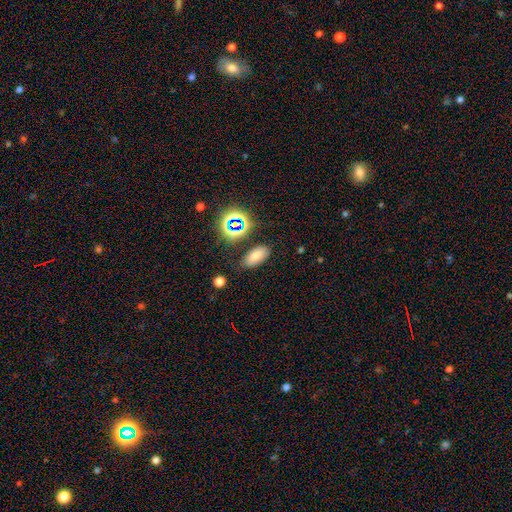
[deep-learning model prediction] smooth-or-featured: smooth: 72% | star or artifact: 19% | featured or disk: 10%
  how-rounded: in between: 89% | round: 6% | cigar-shaped: 5%
  merging: none: 81% | minor disturbance: 13% | major disturbance: 4% | merger: 3%